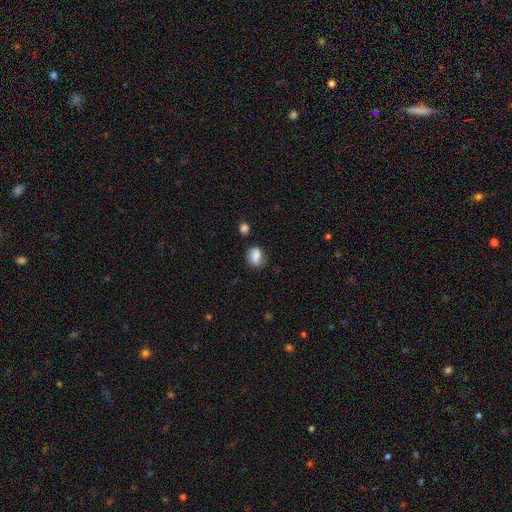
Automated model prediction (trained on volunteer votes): This appears to be a smooth galaxy with no disk features (75%) that is in between round and cigar-shaped (62%). Merging: none (65%).